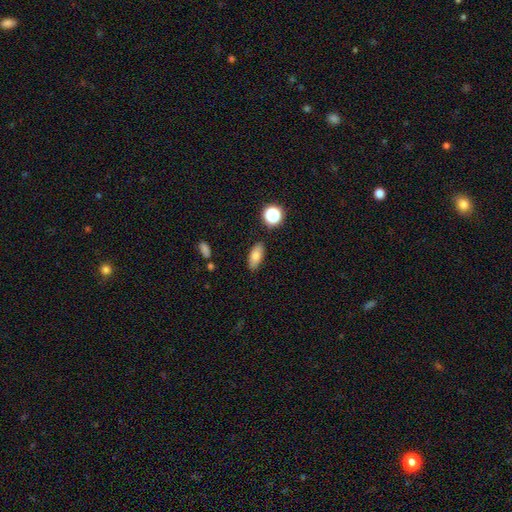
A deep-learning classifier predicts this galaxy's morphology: A smooth galaxy with no disk features (80%) that is in between round and cigar-shaped (82%). Merging: none (86%).